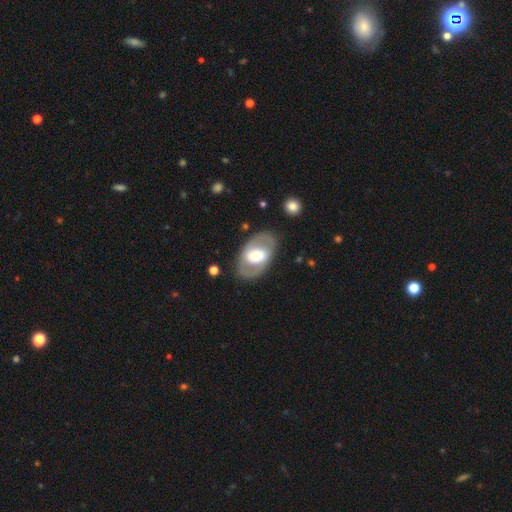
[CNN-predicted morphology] smooth_or_featured: featured or disk (p=0.55) [alt: smooth p=0.40]
disk_edge_on: no (p=0.91) [alt: yes p=0.09]
merging: none (p=0.81) [alt: minor disturbance p=0.11]